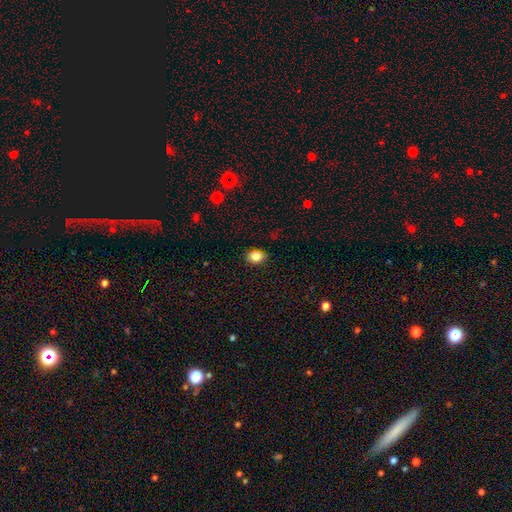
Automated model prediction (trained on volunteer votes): This appears to be a smooth galaxy with no disk features (85%) that is in between round and cigar-shaped (61%). Merging: none (88%).